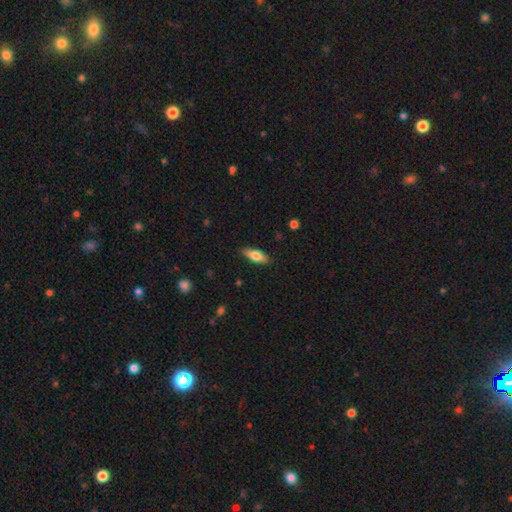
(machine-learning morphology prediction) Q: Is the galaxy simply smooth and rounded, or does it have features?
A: smooth — 65%.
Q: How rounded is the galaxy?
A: in between — 65%.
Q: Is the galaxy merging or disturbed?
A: none — 87%.